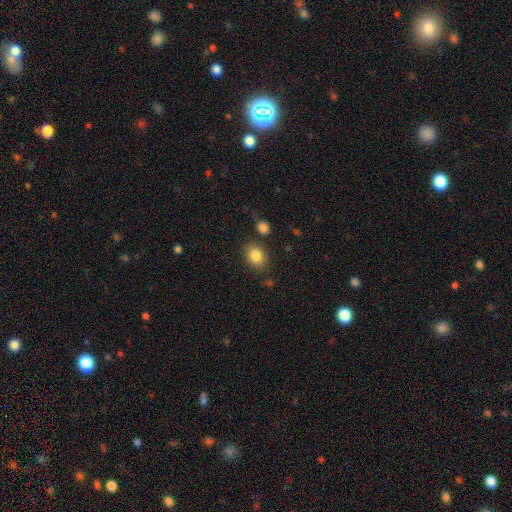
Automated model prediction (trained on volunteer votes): Q: Smooth or featured?
A: smooth (85%); runner-up: star or artifact (9%)
Q: How rounded?
A: in between (59%); runner-up: round (40%)
Q: Merging?
A: none (78%); runner-up: minor disturbance (12%)